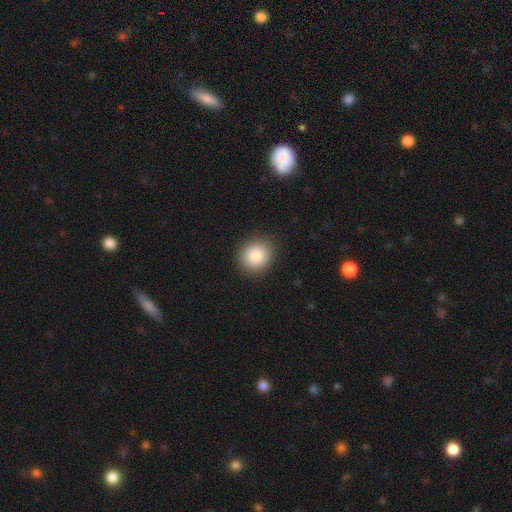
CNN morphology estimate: Smooth or featured? Predicted: smooth (p=0.85). How rounded? Predicted: round (p=0.80). Merging? Predicted: none (p=0.89).